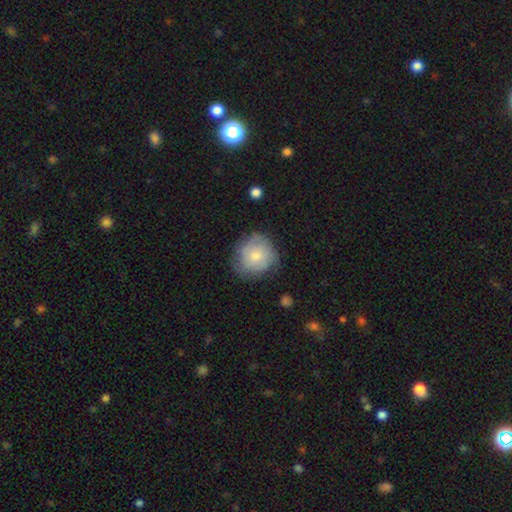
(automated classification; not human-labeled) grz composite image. It shows a smooth galaxy with no disk features (62%) that is round (89%). Merging: none (68%).